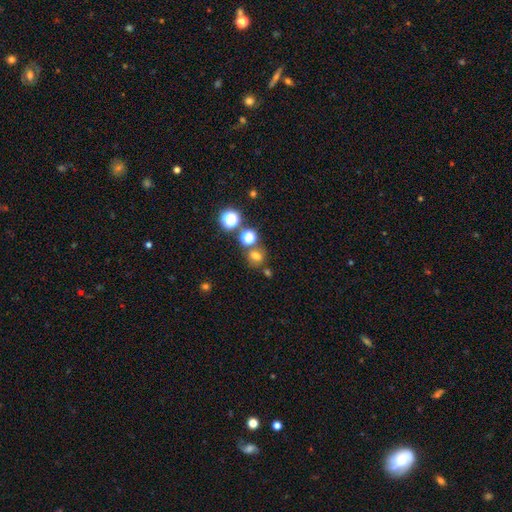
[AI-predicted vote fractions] This is likely a smooth galaxy (67%). How rounded: likely round (73%). Merging: likely none (68%).